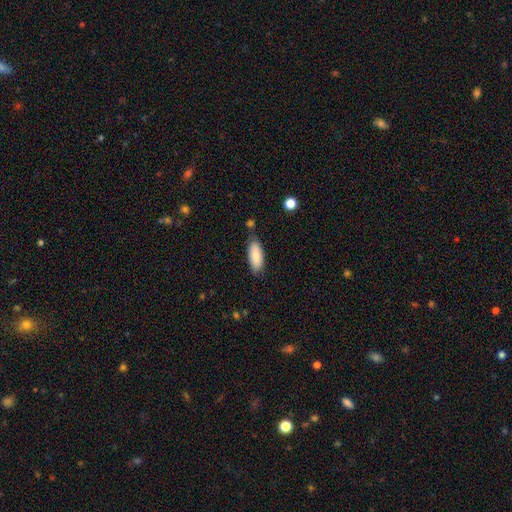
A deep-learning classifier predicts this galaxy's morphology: Q: Smooth or featured?
A: smooth (85%); runner-up: featured or disk (9%)
Q: How rounded?
A: in between (79%); runner-up: cigar-shaped (19%)
Q: Merging?
A: none (73%); runner-up: minor disturbance (19%)